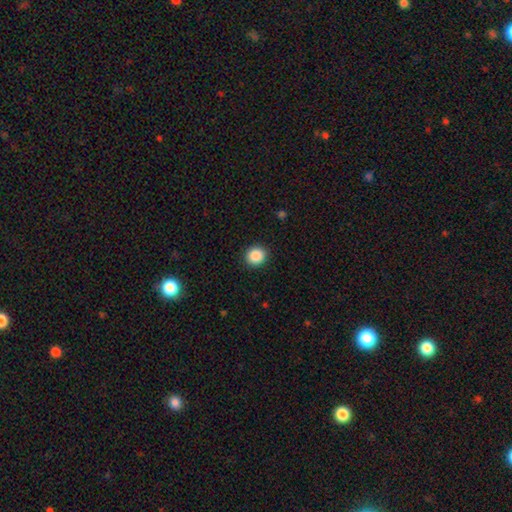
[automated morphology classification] This appears to be a smooth galaxy with no disk features (87%) that is round (86%). Merging: none (91%).